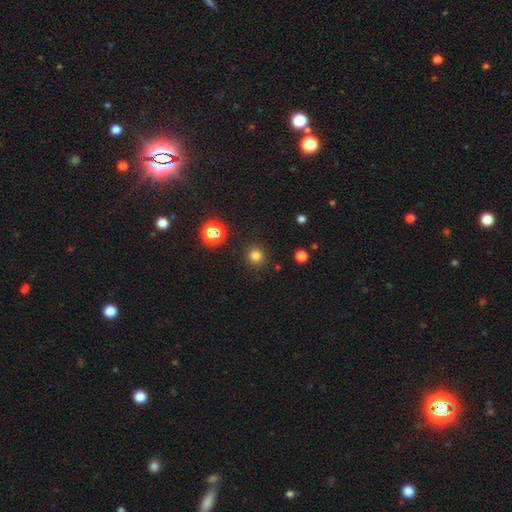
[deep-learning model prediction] Morphology: type=smooth (80%); roundness=round (94%); merging=none (91%).